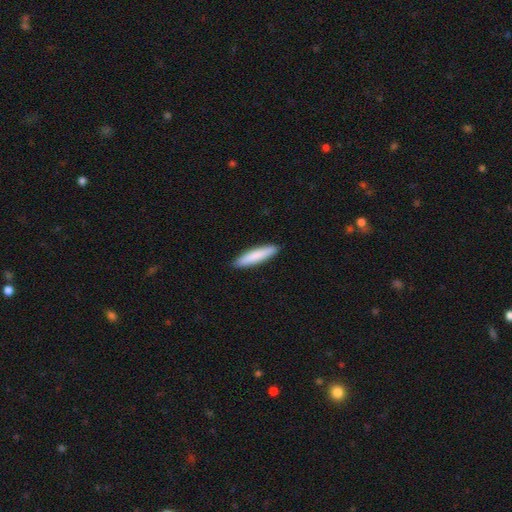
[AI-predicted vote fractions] Smooth or featured? smooth (85%)
How rounded? cigar-shaped (84%)
Merging? none (91%)